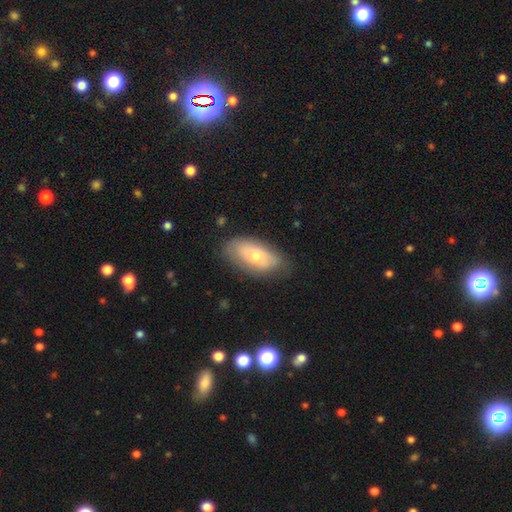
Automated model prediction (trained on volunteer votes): A smooth galaxy with no disk features (58%) that is in between round and cigar-shaped (90%). Merging: none (77%).